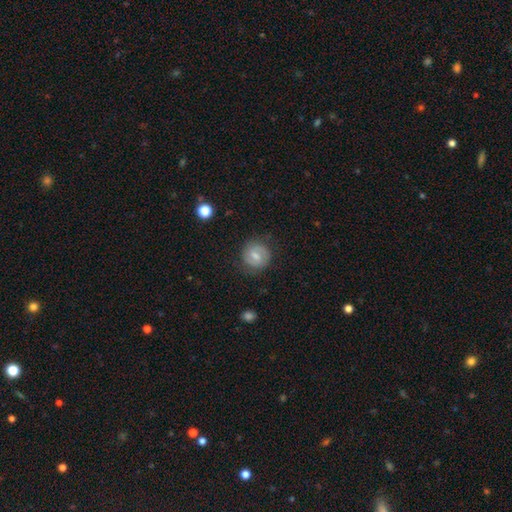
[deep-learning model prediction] Smooth or featured?
  - featured or disk: 54% *
  - smooth: 38%
  - star or artifact: 8%
Edge-on disk?
  - no: 98% *
  - yes: 2%
Bar?
  - weak: 57% *
  - strong: 22%
  - no: 21%
Spiral arms?
  - yes: 86% *
  - no: 14%
Bulge size?
  - moderate: 44% *
  - small: 39%
  - none: 12%
  - large: 4%
  - dominant: 1%
Merging?
  - none: 78% *
  - minor disturbance: 15%
  - major disturbance: 5%
  - merger: 1%